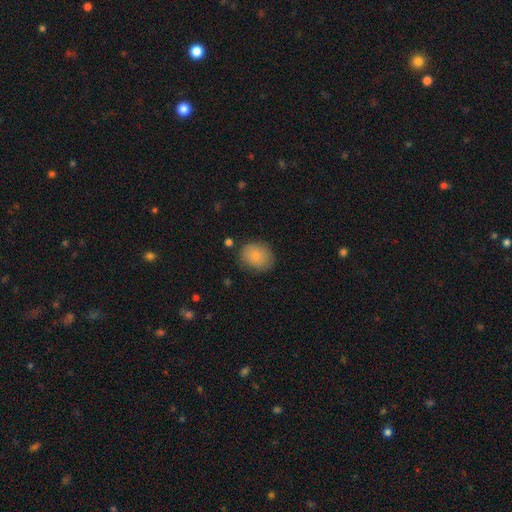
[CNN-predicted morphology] Smooth or featured? smooth (84%)
How rounded? round (57%)
Merging? none (76%)